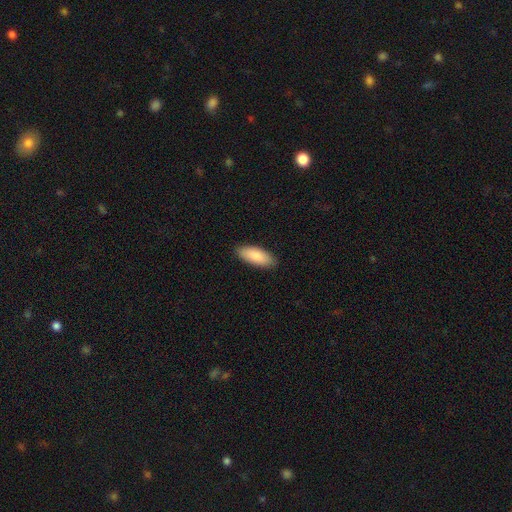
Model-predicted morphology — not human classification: Smooth or featured: smooth — 87% (featured or disk — 8%)
How rounded: in between — 79% (cigar-shaped — 20%)
Merging: none — 88% (minor disturbance — 9%)